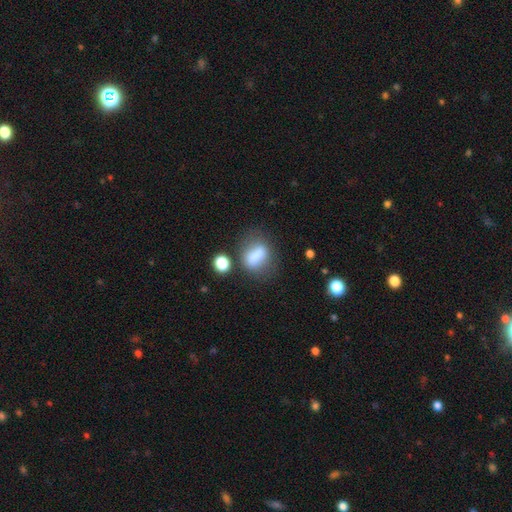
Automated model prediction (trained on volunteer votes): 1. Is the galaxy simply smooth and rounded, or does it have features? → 77% smooth, 13% featured or disk, 10% star or artifact.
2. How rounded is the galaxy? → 69% in between, 25% round, 6% cigar-shaped.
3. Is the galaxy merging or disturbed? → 56% none, 20% minor disturbance, 12% major disturbance, 11% merger.